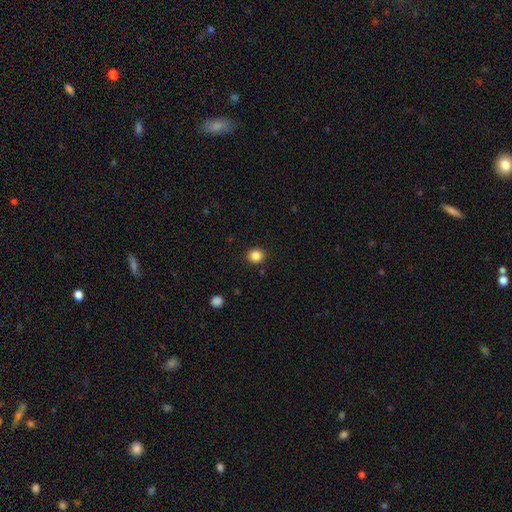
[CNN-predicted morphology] The model was most divided on "how rounded": round: 81%, in between: 19%, cigar-shaped: 1%. More confident: merging — none (90%); smooth or featured — smooth (85%).